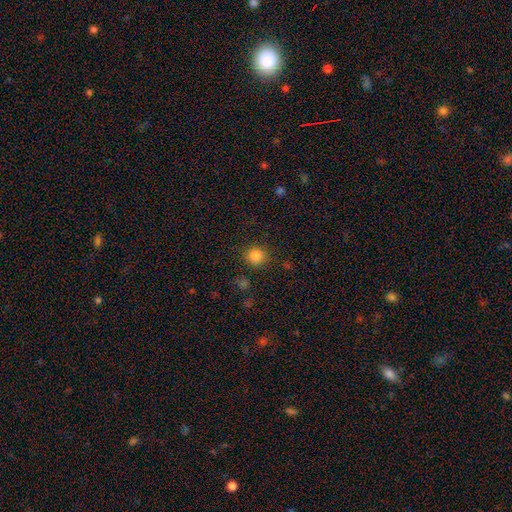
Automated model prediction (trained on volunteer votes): A smooth galaxy with no disk features (84%) that is round (89%).

Vote fractions:
- Smooth or featured? smooth: 84% / star or artifact: 12% / featured or disk: 4%
- How rounded? round: 89% / in between: 10% / cigar-shaped: 1%
- Merging? none: 86% / minor disturbance: 9% / major disturbance: 3% / merger: 2%